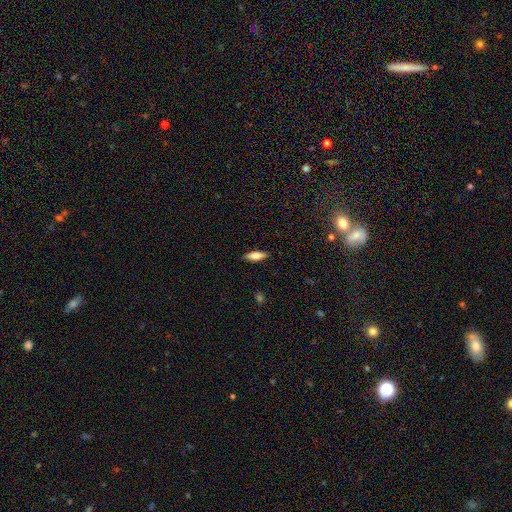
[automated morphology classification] type=smooth (70%); roundness=in between (60%); merging=none (88%).